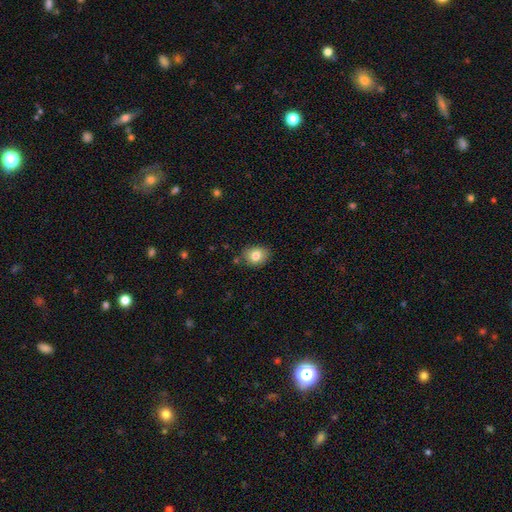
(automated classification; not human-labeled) smooth 82%, star or artifact 9%, featured or disk 9%. Down the decision tree: how rounded — round (51%); merging — none (82%).